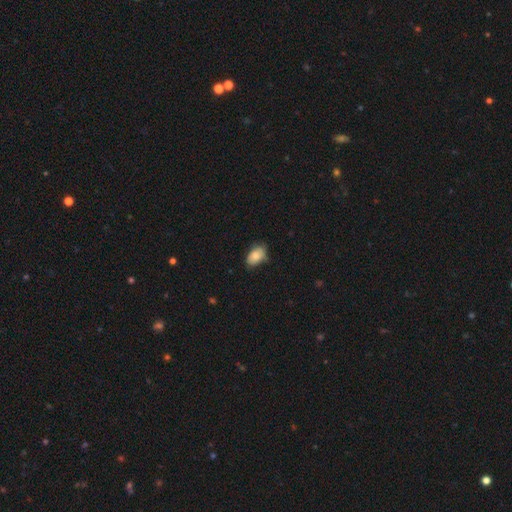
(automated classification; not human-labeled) Smooth or featured: smooth — 80% (featured or disk — 13%)
How rounded: in between — 91% (round — 8%)
Merging: none — 70% (minor disturbance — 25%)